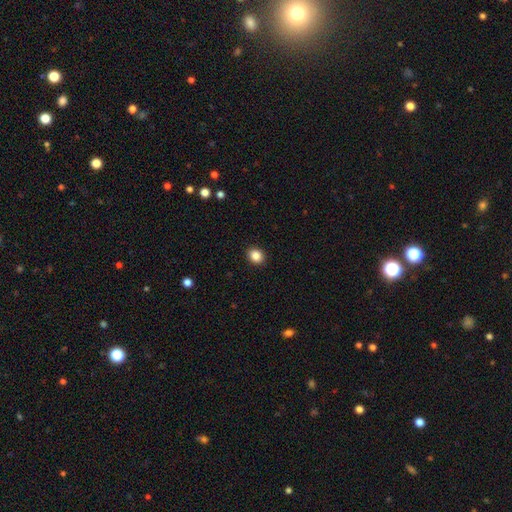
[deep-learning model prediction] Overall: smooth (87%). How rounded: round (58%; in between 41%). Merging: none (91%).